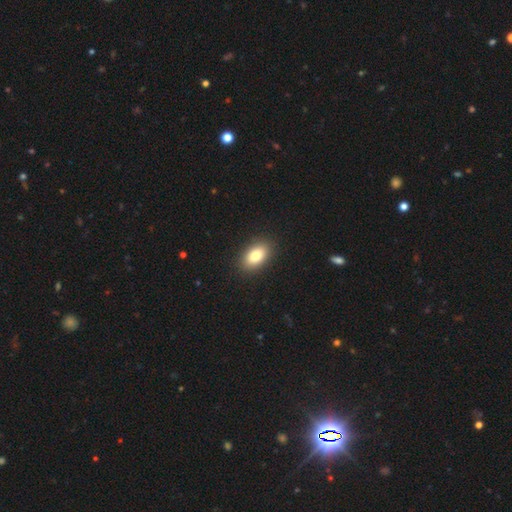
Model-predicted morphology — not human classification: A smooth galaxy with no disk features (84%) that is in between round and cigar-shaped (91%). Merging: none (90%).